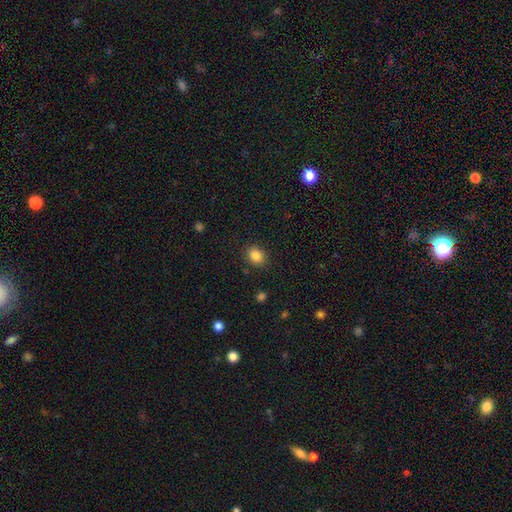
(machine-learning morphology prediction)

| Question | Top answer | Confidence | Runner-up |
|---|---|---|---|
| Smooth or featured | smooth | 85% | star or artifact (10%) |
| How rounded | round | 53% | in between (46%) |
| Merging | none | 87% | minor disturbance (9%) |